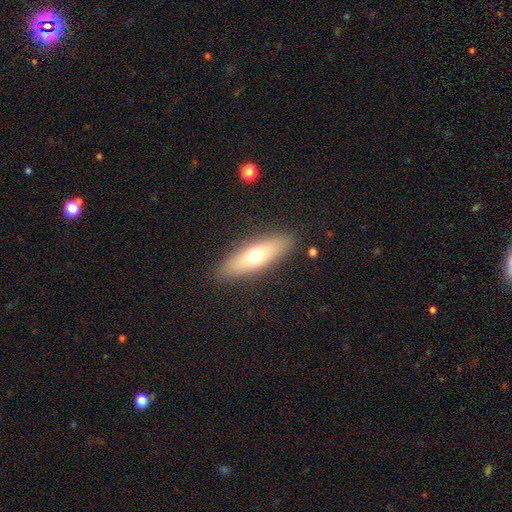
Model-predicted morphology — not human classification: type=smooth (60%); roundness=cigar-shaped (50%); merging=none (88%).